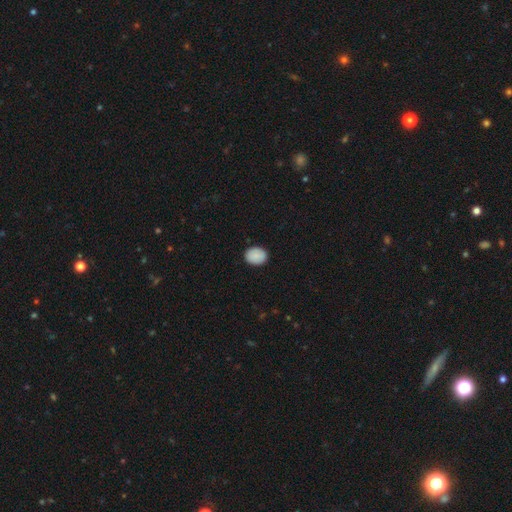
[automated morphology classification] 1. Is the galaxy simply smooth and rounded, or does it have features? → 89% smooth, 7% star or artifact, 4% featured or disk.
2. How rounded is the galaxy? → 54% in between, 45% round, 1% cigar-shaped.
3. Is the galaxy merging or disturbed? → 89% none, 9% minor disturbance, 2% major disturbance, 1% merger.